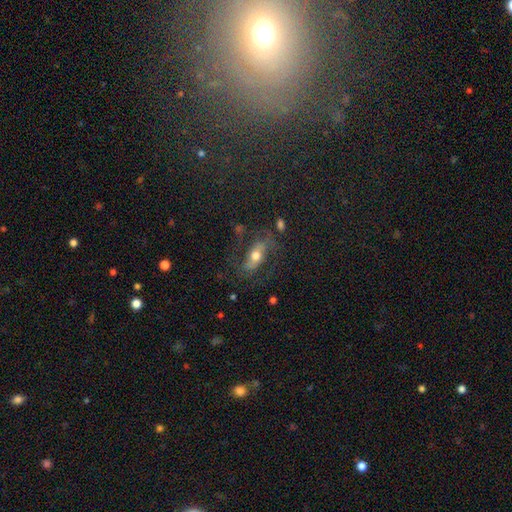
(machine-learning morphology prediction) smooth-or-featured: featured or disk: 53% | smooth: 36% | star or artifact: 11%
  disk-edge-on: no: 79% | yes: 21%
  merging: none: 62% | minor disturbance: 19% | major disturbance: 16% | merger: 3%